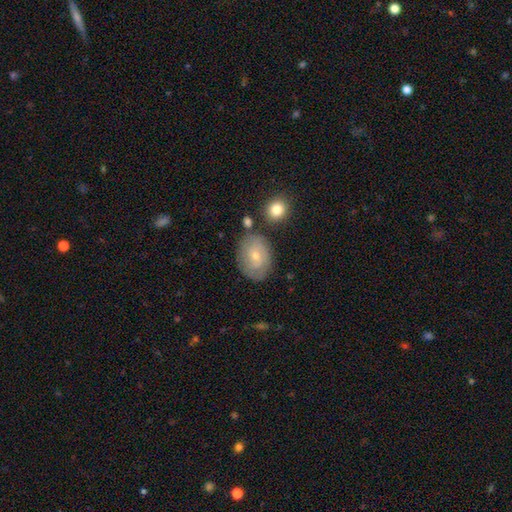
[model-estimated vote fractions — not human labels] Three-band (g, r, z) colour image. It shows a featured or disk galaxy (46%, tied with smooth). Merging: none (71%).